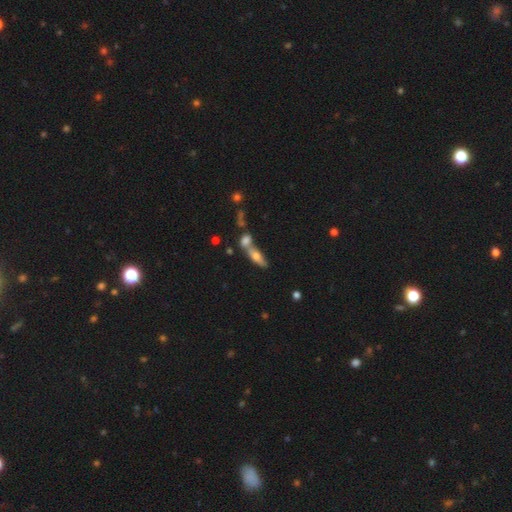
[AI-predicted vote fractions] Smooth or featured? Predicted: smooth (p=0.55). How rounded? Predicted: in between (p=0.51). Merging? Predicted: merger (p=0.50).